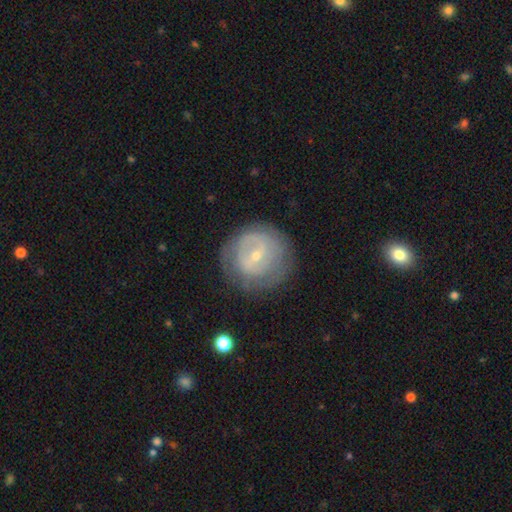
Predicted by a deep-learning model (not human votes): This appears to be a featured or disk galaxy (66%) with a weak bar (49%), spiral arms (63%) and a small central bulge (70%). Merging: none (73%).